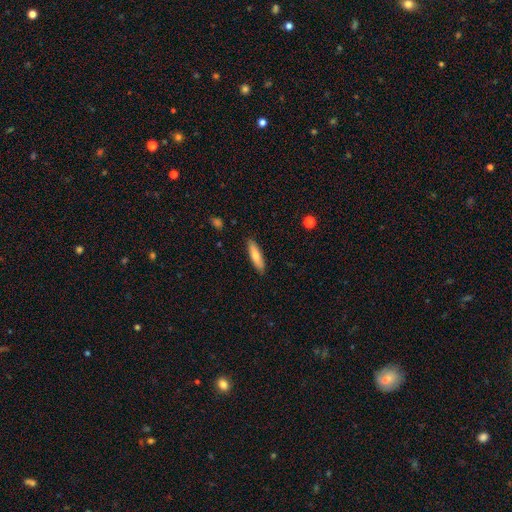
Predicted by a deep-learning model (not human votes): smooth 75%, featured or disk 20%, star or artifact 6%. Down the decision tree: how rounded — cigar-shaped (71%); merging — none (89%).